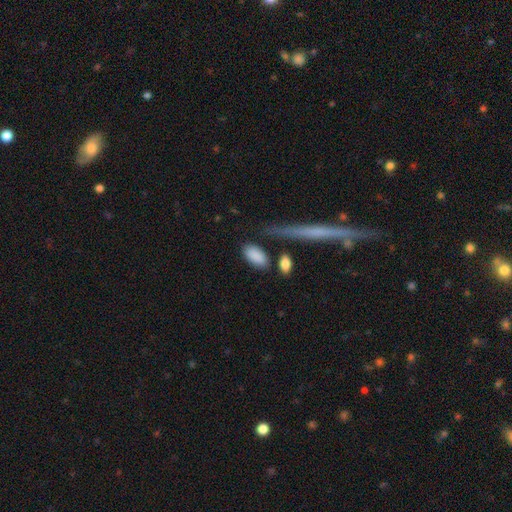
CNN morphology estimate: smooth_or_featured: smooth (p=0.88) [alt: featured or disk p=0.06]
how_rounded: in between (p=0.92) [alt: cigar-shaped p=0.05]
merging: none (p=0.74) [alt: minor disturbance p=0.14]